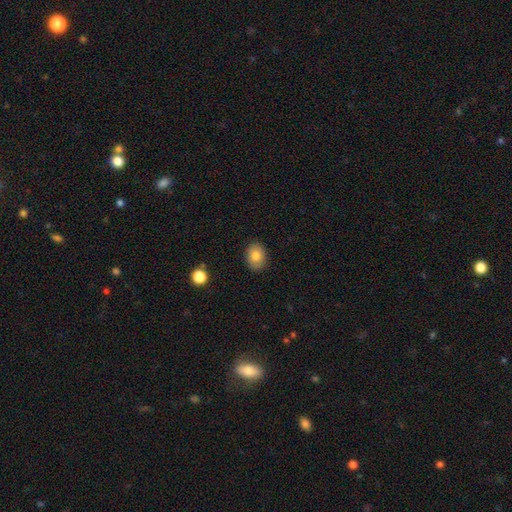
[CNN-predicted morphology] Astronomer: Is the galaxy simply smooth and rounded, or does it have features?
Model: smooth — 81%.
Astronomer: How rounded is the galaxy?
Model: in between — 64%.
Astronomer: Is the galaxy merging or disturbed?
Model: none — 87%.